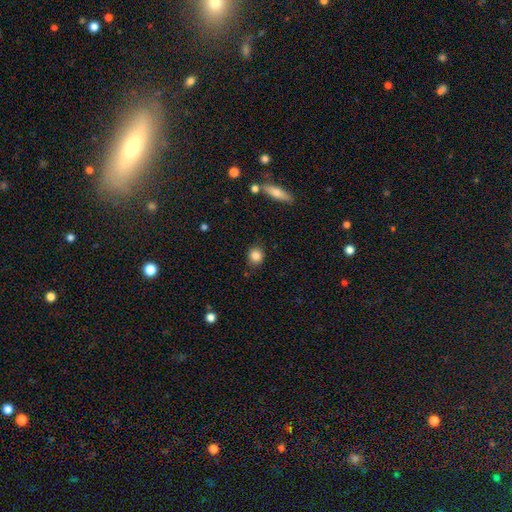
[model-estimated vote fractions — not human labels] Smooth or featured: smooth — 84% (star or artifact — 10%)
How rounded: round — 84% (in between — 15%)
Merging: none — 85% (minor disturbance — 10%)